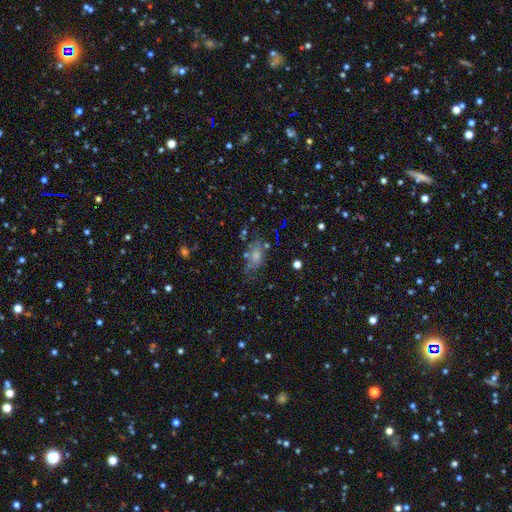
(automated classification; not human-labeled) This is likely a smooth galaxy (61%). How rounded: clearly in between (84%). Merging: possibly none (50%).